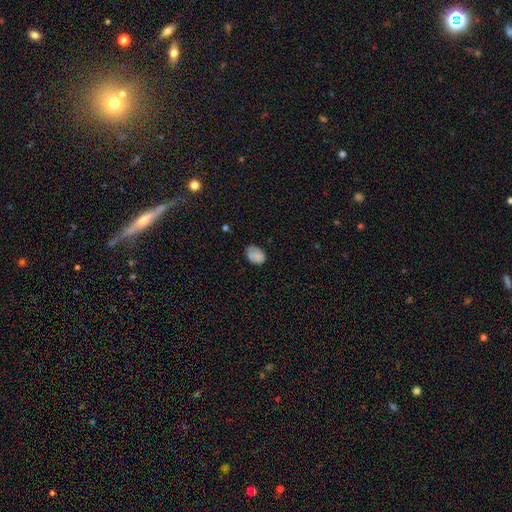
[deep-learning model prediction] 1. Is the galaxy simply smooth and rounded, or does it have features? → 83% smooth, 9% star or artifact, 8% featured or disk.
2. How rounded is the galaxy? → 76% in between, 23% round, 1% cigar-shaped.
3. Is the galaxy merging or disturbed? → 63% none, 28% minor disturbance, 6% major disturbance, 2% merger.